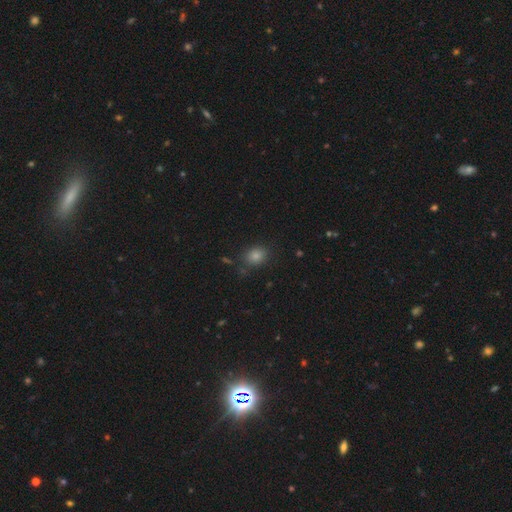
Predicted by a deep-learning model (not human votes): The model was most divided on "how rounded": in between: 54%, round: 45%, cigar-shaped: 1%. More confident: smooth or featured — smooth (82%); merging — none (80%).